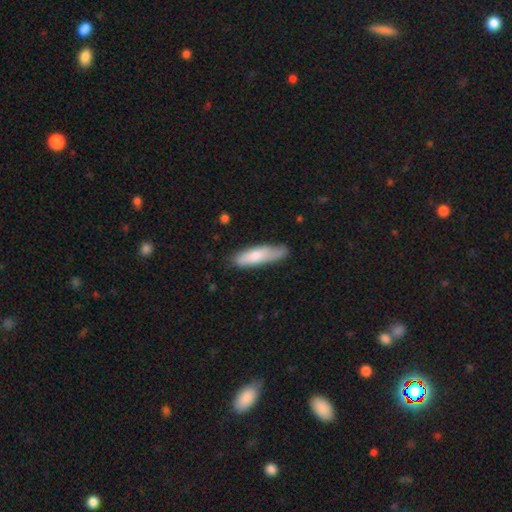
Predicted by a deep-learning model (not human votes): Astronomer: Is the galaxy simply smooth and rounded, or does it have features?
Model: smooth — 72%.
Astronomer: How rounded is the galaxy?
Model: cigar-shaped — 62%.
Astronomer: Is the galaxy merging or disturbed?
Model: none — 65%.